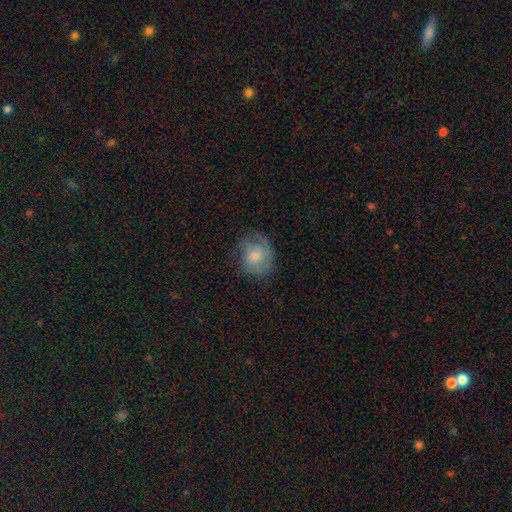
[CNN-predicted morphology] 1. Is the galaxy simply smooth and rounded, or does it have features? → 51% smooth, 41% featured or disk, 8% star or artifact.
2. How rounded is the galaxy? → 69% round, 30% in between, 1% cigar-shaped.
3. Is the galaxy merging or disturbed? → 58% none, 25% minor disturbance, 16% major disturbance, 1% merger.